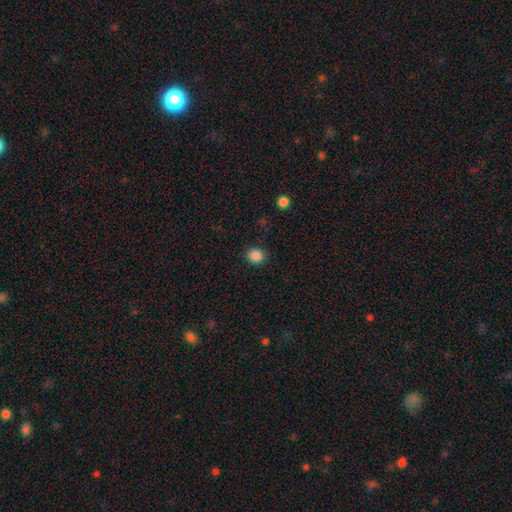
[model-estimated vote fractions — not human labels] Morphology: type=smooth (86%); roundness=round (82%); merging=none (88%).